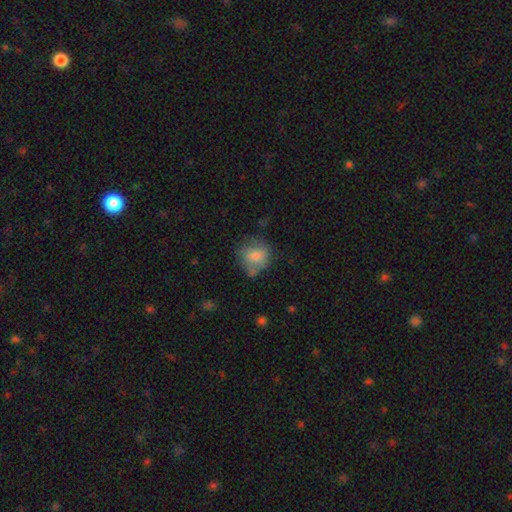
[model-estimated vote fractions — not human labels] This is likely a smooth galaxy (71%). How rounded: likely round (74%). Merging: possibly none (55%).